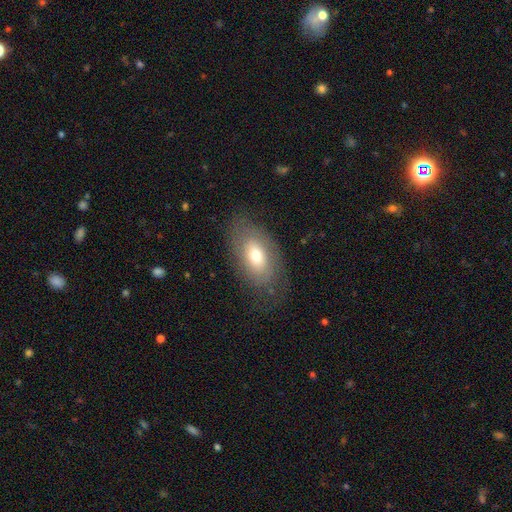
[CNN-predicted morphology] smooth-or-featured: smooth: 63% | featured or disk: 28% | star or artifact: 8%
  how-rounded: in between: 91% | round: 6% | cigar-shaped: 2%
  merging: none: 71% | minor disturbance: 18% | major disturbance: 9% | merger: 1%